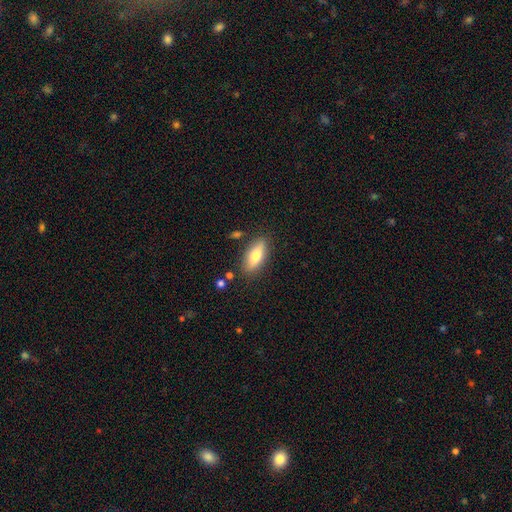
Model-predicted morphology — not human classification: smooth_or_featured: smooth (p=0.69) [alt: featured or disk p=0.24]
how_rounded: in between (p=0.72) [alt: cigar-shaped p=0.25]
merging: none (p=0.83) [alt: minor disturbance p=0.11]